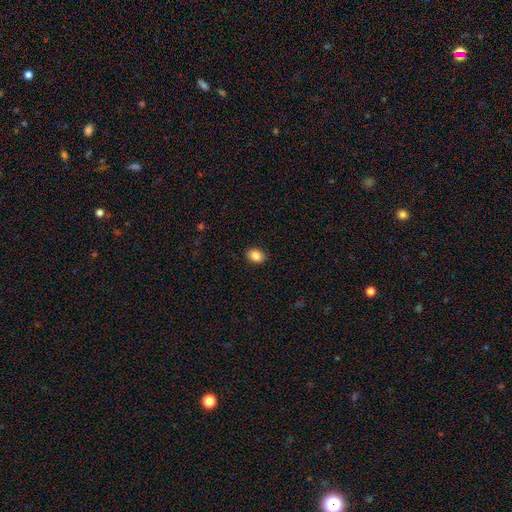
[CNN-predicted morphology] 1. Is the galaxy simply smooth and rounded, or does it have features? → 87% smooth, 8% star or artifact, 4% featured or disk.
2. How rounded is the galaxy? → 74% in between, 25% round, 1% cigar-shaped.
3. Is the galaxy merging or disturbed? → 89% none, 8% minor disturbance, 2% major disturbance, 1% merger.